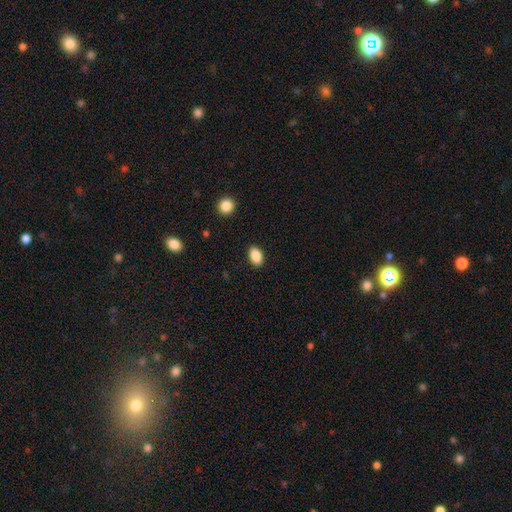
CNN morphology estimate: Q: Smooth or featured?
A: smooth (88%); runner-up: star or artifact (8%)
Q: How rounded?
A: in between (89%); runner-up: round (10%)
Q: Merging?
A: none (88%); runner-up: minor disturbance (8%)